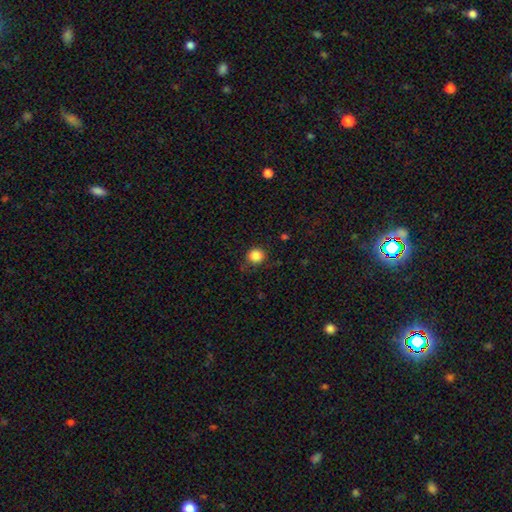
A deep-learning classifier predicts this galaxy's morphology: Smooth or featured? Predicted: smooth (p=0.86). How rounded? Predicted: round (p=0.88). Merging? Predicted: none (p=0.80).